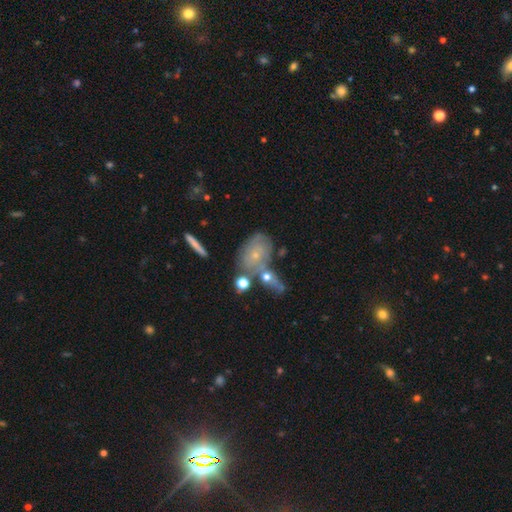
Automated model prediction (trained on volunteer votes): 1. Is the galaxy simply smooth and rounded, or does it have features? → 49% featured or disk, 39% smooth, 12% star or artifact.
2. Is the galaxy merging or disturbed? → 44% none, 25% merger, 21% minor disturbance, 10% major disturbance.